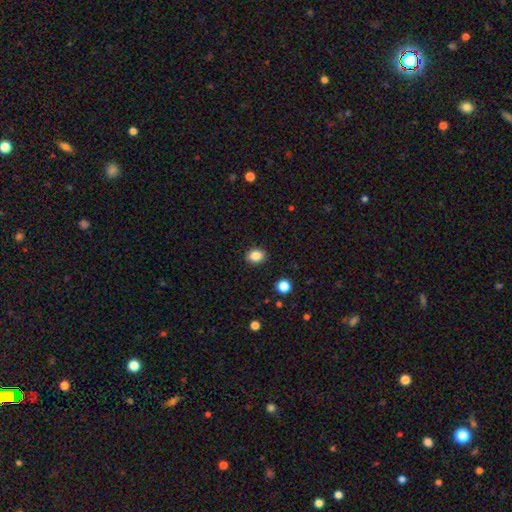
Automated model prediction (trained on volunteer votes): A smooth galaxy with no disk features (85%) that is round (54%).

Vote fractions:
- Smooth or featured? smooth: 85% / star or artifact: 10% / featured or disk: 5%
- How rounded? round: 54% / in between: 45% / cigar-shaped: 1%
- Merging? none: 89% / minor disturbance: 7% / major disturbance: 2% / merger: 1%